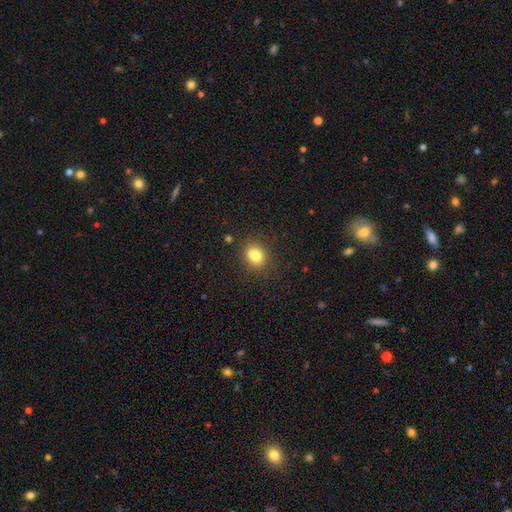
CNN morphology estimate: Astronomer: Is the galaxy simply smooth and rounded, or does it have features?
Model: smooth — 79%.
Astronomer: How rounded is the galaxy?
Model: round — 62% (runner-up: in between, 37%).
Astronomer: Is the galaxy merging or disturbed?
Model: none — 70%.